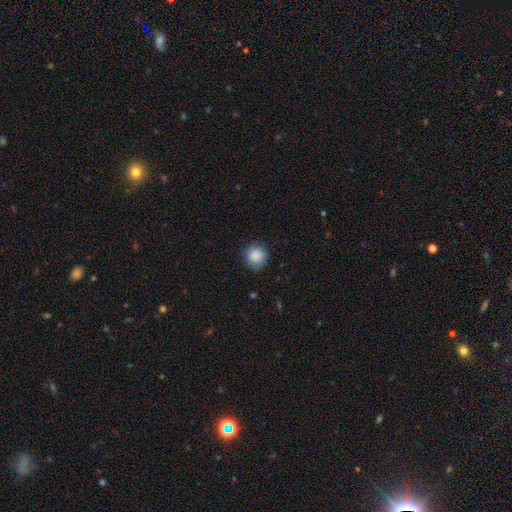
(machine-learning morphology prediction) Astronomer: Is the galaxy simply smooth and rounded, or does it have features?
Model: smooth — 87%.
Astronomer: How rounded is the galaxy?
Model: round — 91%.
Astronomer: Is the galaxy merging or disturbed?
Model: none — 83%.